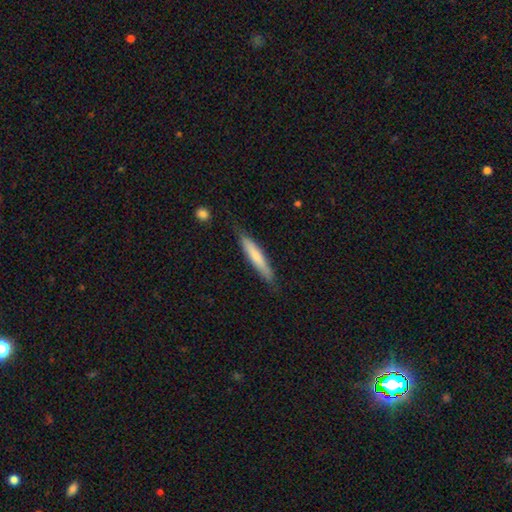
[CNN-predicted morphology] Q: Smooth or featured?
A: smooth (69%); runner-up: featured or disk (26%)
Q: How rounded?
A: cigar-shaped (91%); runner-up: in between (7%)
Q: Merging?
A: none (80%); runner-up: minor disturbance (16%)